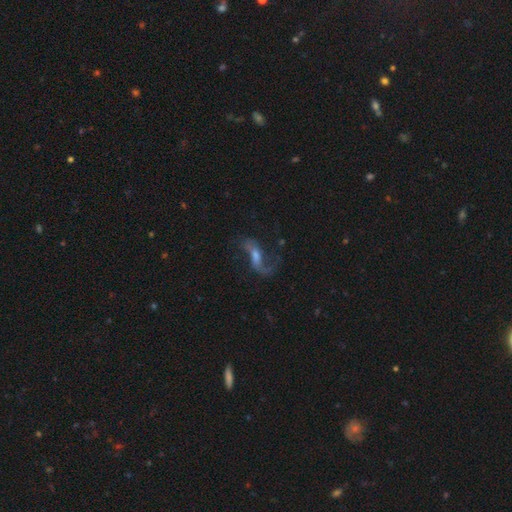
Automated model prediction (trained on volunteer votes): Smooth or featured? featured or disk (74%)
Edge-on disk? no (90%)
Bar? weak (43%)
Spiral arms? yes (88%)
Spiral winding? loose (83%)
Spiral arm count? 2 (76%)
Bulge size? moderate (45%)
Merging? none (51%)